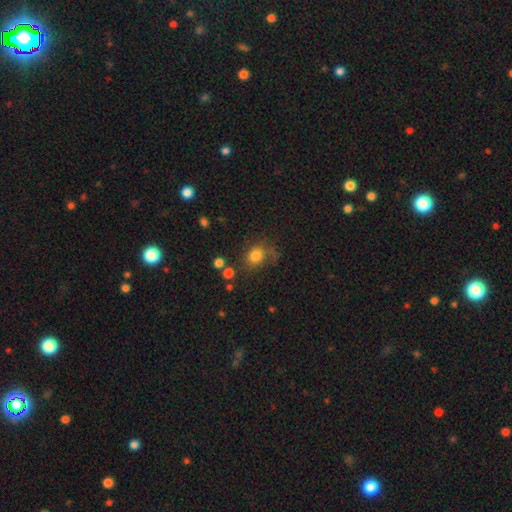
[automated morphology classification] smooth_or_featured: smooth (p=0.79) [alt: star or artifact p=0.12]
how_rounded: round (p=0.60) [alt: in between p=0.39]
merging: none (p=0.60) [alt: minor disturbance p=0.21]